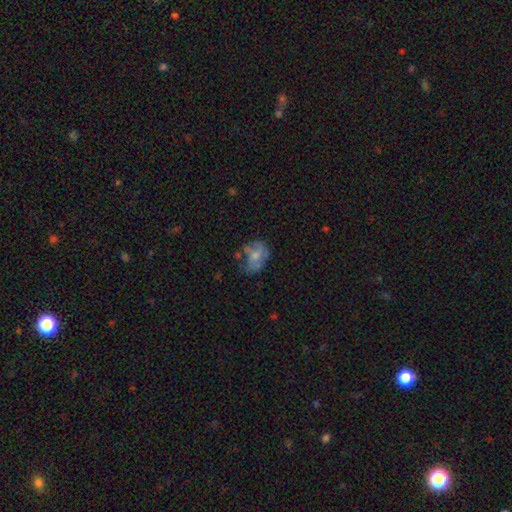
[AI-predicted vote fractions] Morphology: type=smooth (54%); roundness=in between (67%); merging=none (36%).